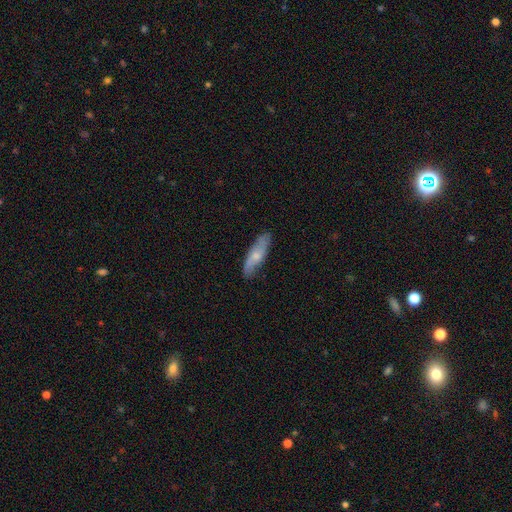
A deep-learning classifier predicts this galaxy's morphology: Smooth or featured? Predicted: smooth (p=0.54). How rounded? Predicted: cigar-shaped (p=0.59). Merging? Predicted: none (p=0.81).